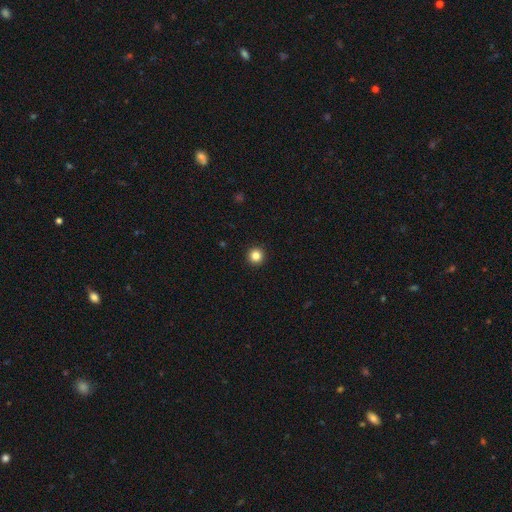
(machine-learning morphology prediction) type=smooth (84%); roundness=round (97%); merging=none (94%).